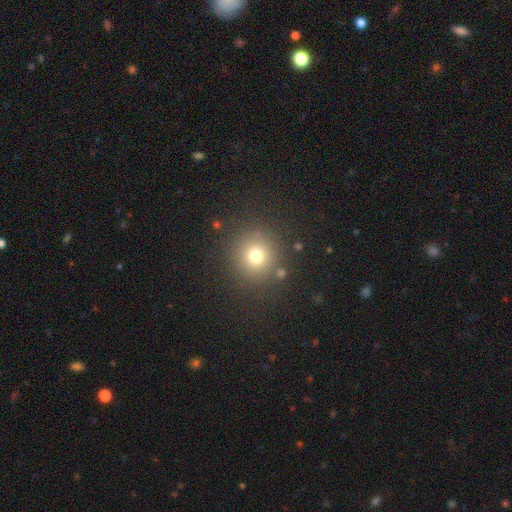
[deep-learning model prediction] smooth 74%, star or artifact 17%, featured or disk 9%. Down the decision tree: how rounded — round (93%); merging — none (85%).